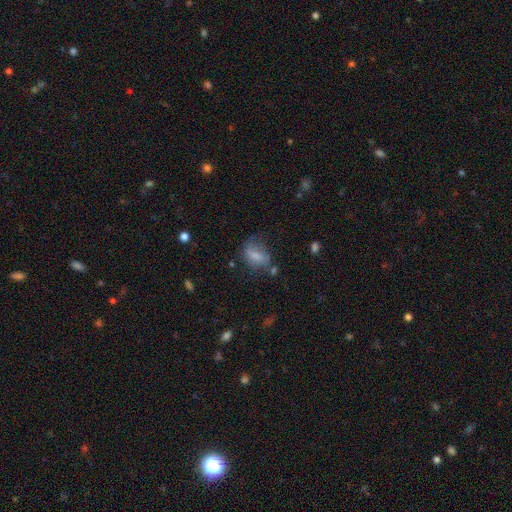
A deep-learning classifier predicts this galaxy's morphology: Smooth or featured? smooth (63%)
How rounded? in between (81%)
Merging? none (37%)